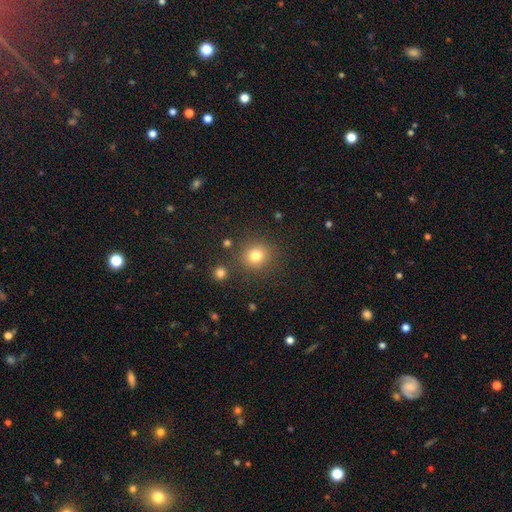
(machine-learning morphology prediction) Smooth or featured: smooth — 79% (star or artifact — 14%)
How rounded: round — 89% (in between — 10%)
Merging: none — 85% (minor disturbance — 8%)